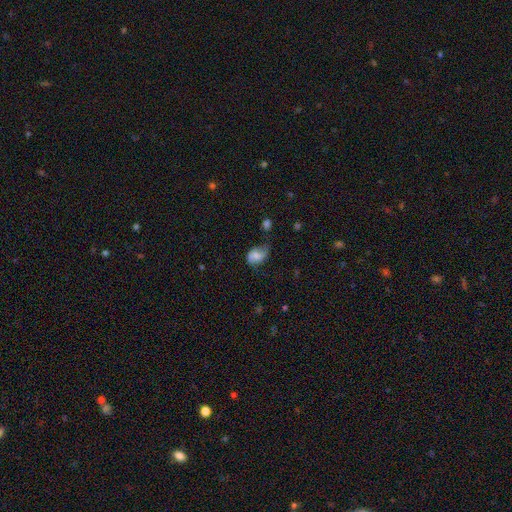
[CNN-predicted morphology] Overall: smooth (52%; featured or disk 38%). How rounded: in between (79%). Merging: none (40%; minor disturbance 37%).